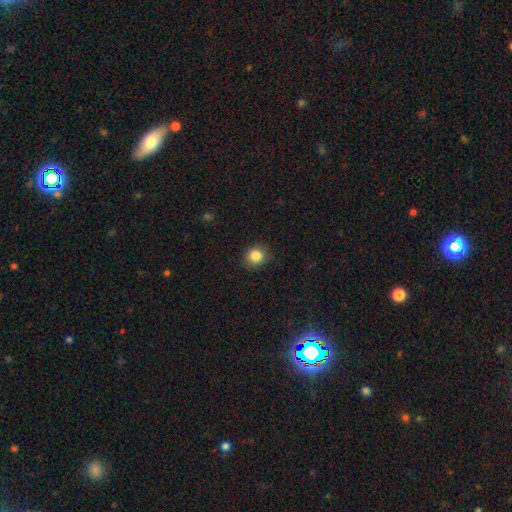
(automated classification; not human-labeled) Overall: smooth (85%). How rounded: round (80%). Merging: none (85%).